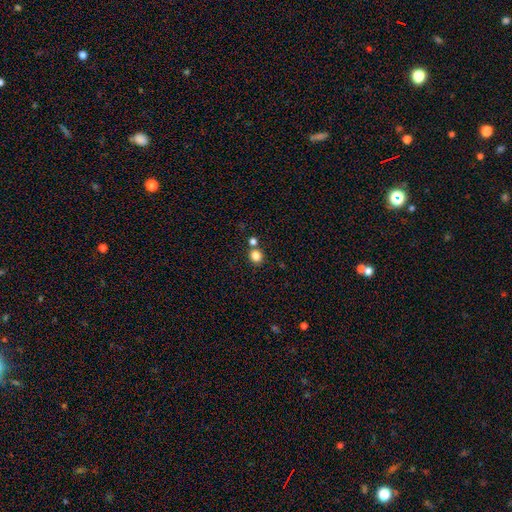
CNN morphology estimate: Smooth or featured? smooth (83%)
How rounded? round (84%)
Merging? none (74%)